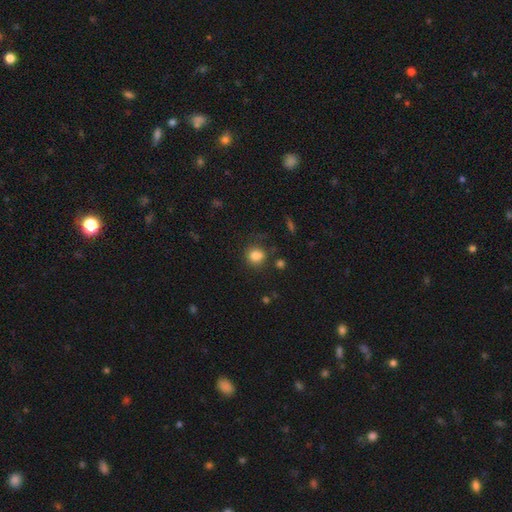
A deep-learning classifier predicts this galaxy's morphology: Q: Smooth or featured?
A: smooth (82%); runner-up: star or artifact (12%)
Q: How rounded?
A: round (81%); runner-up: in between (18%)
Q: Merging?
A: none (78%); runner-up: minor disturbance (14%)